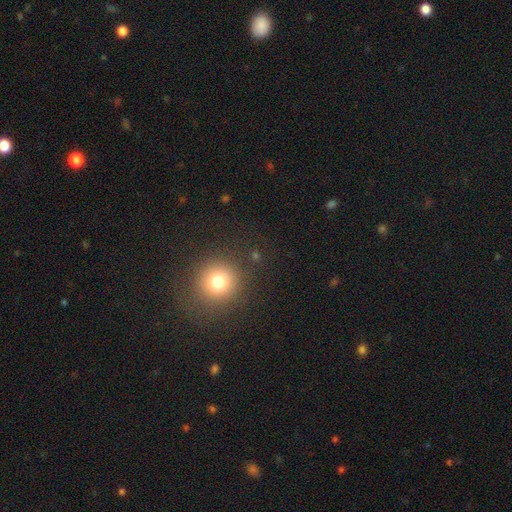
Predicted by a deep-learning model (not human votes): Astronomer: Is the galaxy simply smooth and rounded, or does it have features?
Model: smooth — 70%.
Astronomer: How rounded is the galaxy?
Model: round — 91%.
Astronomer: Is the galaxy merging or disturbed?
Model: none — 86%.